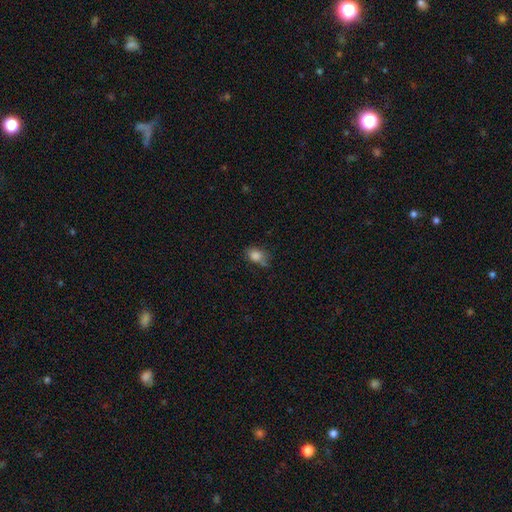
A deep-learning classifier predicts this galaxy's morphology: Smooth or featured: smooth — 83% (star or artifact — 11%)
How rounded: in between — 68% (round — 31%)
Merging: none — 56% (minor disturbance — 28%)